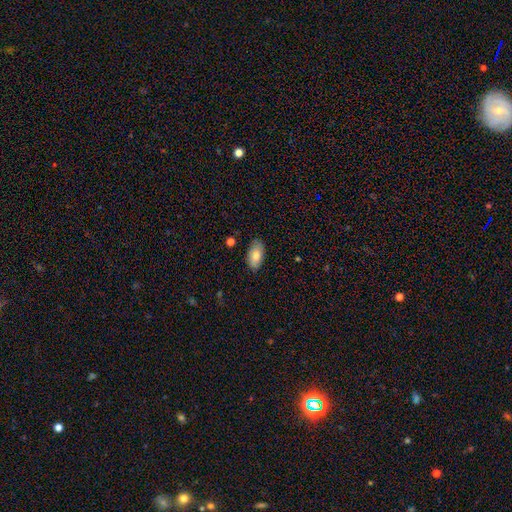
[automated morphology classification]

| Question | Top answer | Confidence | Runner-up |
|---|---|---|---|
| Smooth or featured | smooth | 80% | featured or disk (14%) |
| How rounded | in between | 94% | cigar-shaped (3%) |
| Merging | none | 83% | minor disturbance (13%) |